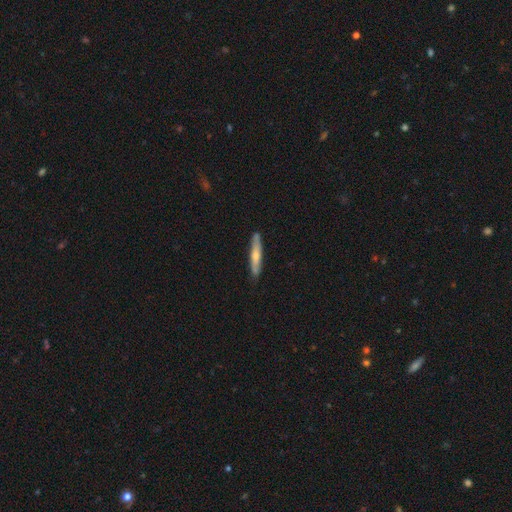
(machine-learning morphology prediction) type=smooth (57%); roundness=cigar-shaped (90%); merging=none (85%).